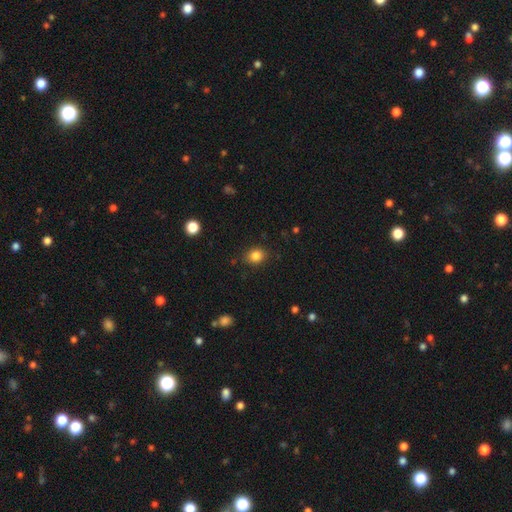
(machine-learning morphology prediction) Q: Smooth or featured?
A: smooth (84%); runner-up: star or artifact (11%)
Q: How rounded?
A: round (59%); runner-up: in between (40%)
Q: Merging?
A: none (86%); runner-up: minor disturbance (10%)